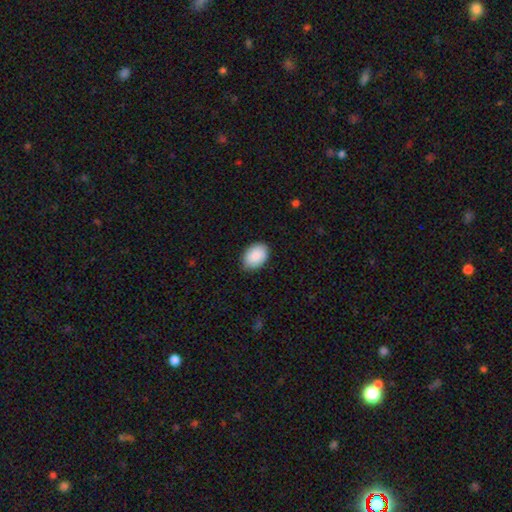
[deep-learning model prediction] The model was most divided on "how rounded": in between: 85%, round: 14%, cigar-shaped: 1%. More confident: smooth or featured — smooth (90%); merging — none (85%).